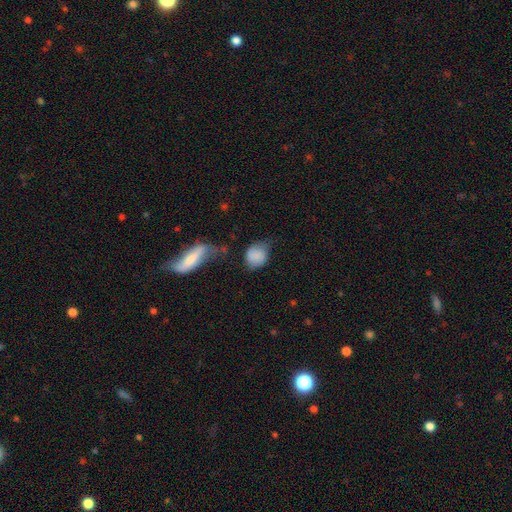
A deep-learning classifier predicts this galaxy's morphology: The model was most divided on "merging": none: 45%, minor disturbance: 30%, major disturbance: 14%, merger: 11%. More confident: smooth or featured — smooth (77%); how rounded — round (58%).